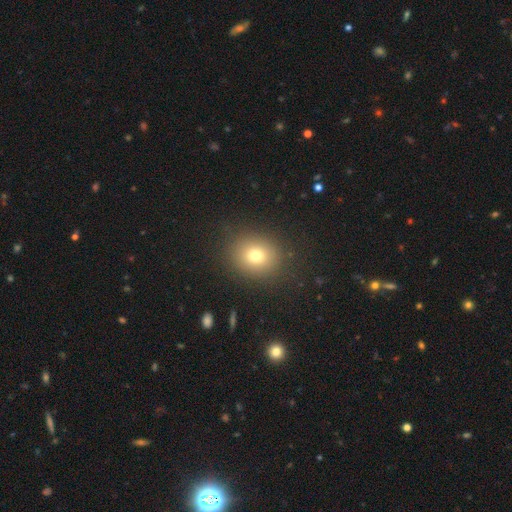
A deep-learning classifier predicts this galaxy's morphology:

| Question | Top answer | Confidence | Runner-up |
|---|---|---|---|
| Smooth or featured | smooth | 74% | star or artifact (15%) |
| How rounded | round | 70% | in between (30%) |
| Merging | none | 87% | minor disturbance (8%) |